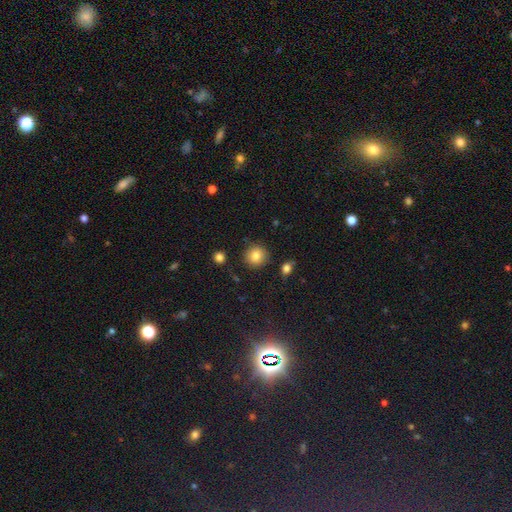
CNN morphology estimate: A smooth galaxy with no disk features (84%) that is round (91%). Merging: none (88%).